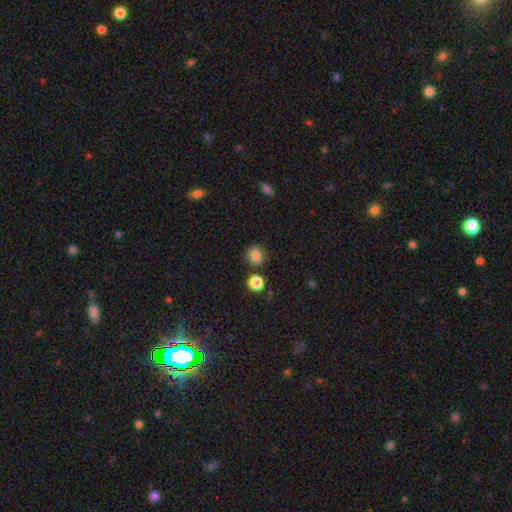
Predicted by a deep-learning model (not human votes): This is clearly a smooth galaxy (83%). How rounded: likely round (71%). Merging: likely none (79%).